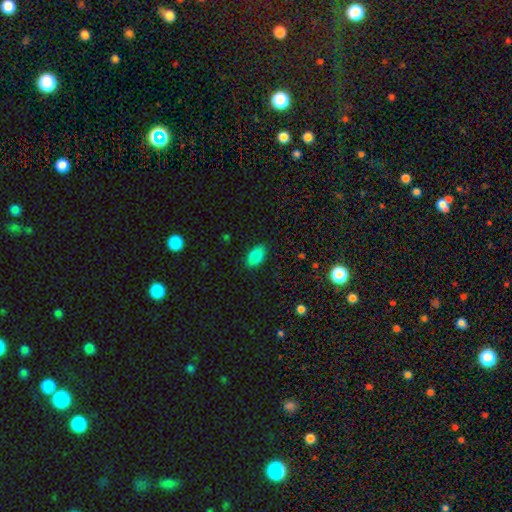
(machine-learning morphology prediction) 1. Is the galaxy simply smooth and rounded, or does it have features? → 87% smooth, 9% star or artifact, 4% featured or disk.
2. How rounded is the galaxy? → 93% in between, 5% round, 2% cigar-shaped.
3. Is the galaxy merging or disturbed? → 87% none, 9% minor disturbance, 2% major disturbance, 1% merger.